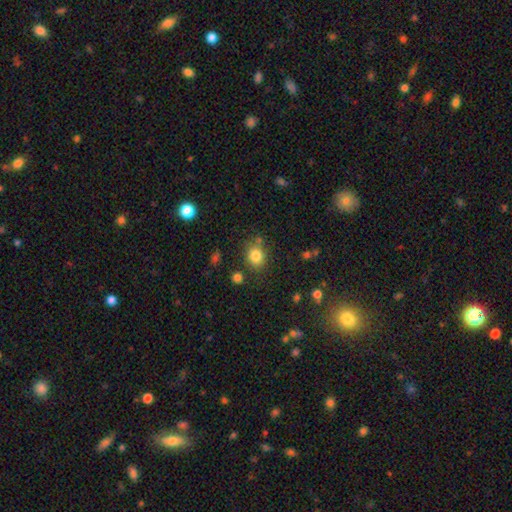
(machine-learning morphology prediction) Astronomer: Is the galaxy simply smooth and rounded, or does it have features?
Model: smooth — 82%.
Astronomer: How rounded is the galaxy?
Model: round — 68%.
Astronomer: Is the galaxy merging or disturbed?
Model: none — 75%.